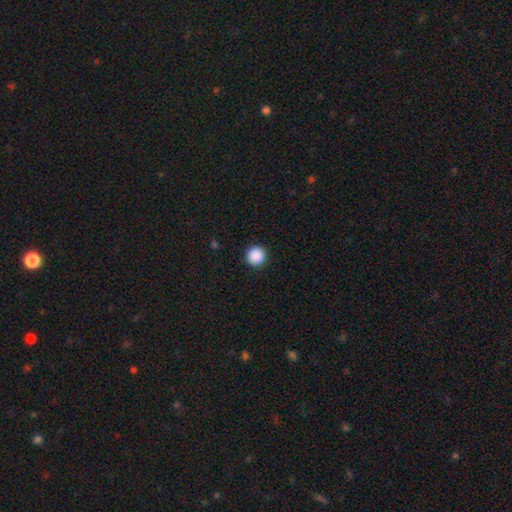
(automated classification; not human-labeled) Smooth or featured?
  - smooth: 89% *
  - star or artifact: 9%
  - featured or disk: 2%
How rounded?
  - round: 97% *
  - in between: 2%
  - cigar-shaped: 1%
Merging?
  - none: 93% *
  - minor disturbance: 4%
  - major disturbance: 2%
  - merger: 1%